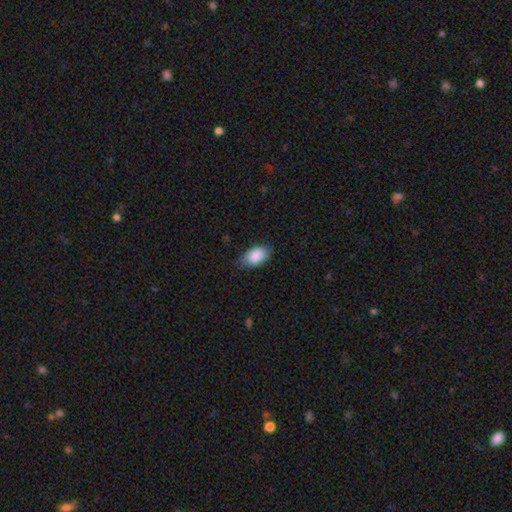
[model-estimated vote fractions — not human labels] The model was most divided on "merging": none: 77%, minor disturbance: 18%, major disturbance: 4%, merger: 1%. More confident: how rounded — in between (93%); smooth or featured — smooth (88%).